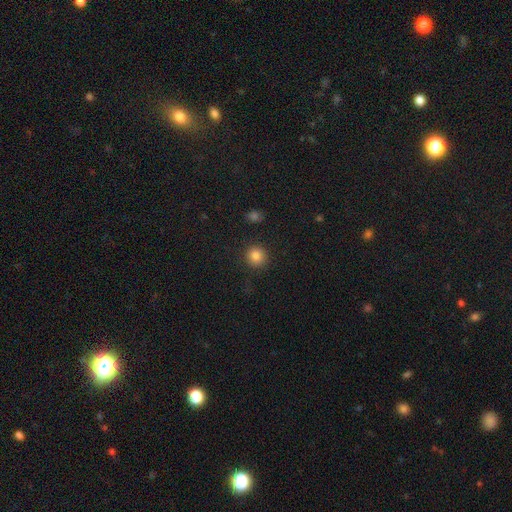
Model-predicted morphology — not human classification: Overall: smooth (83%). How rounded: round (93%). Merging: none (90%).